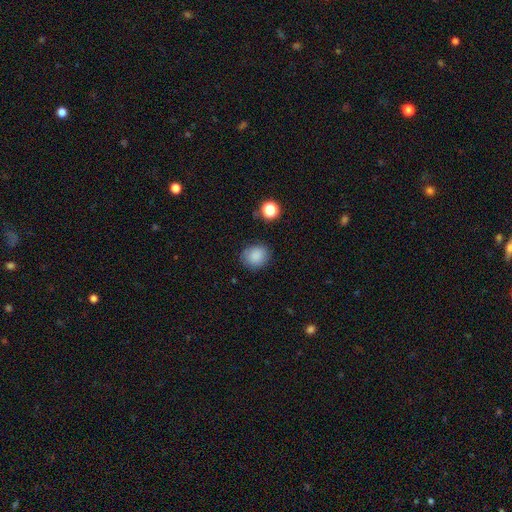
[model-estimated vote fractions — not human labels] smooth 86%, star or artifact 9%, featured or disk 5%. Down the decision tree: how rounded — round (71%); merging — none (81%).